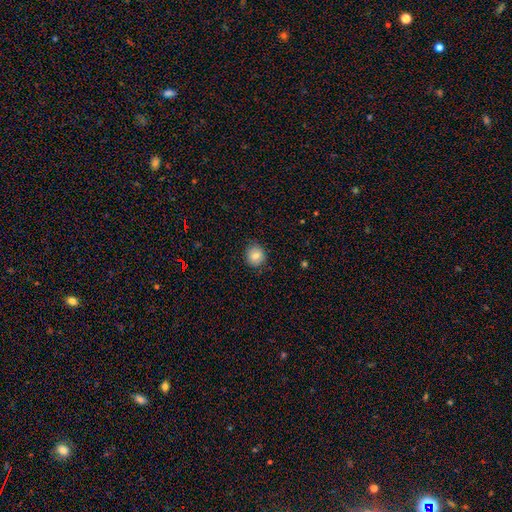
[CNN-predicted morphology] This is clearly a smooth galaxy (81%). How rounded: clearly round (85%). Merging: clearly none (84%).